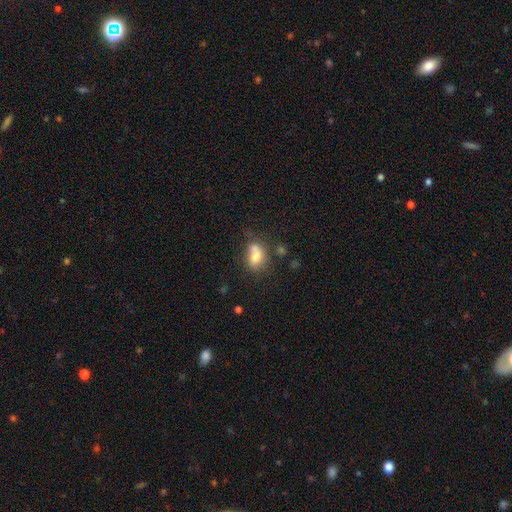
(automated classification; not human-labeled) Smooth or featured: smooth — 73% (featured or disk — 17%)
How rounded: in between — 66% (round — 32%)
Merging: none — 42% (merger — 33%)